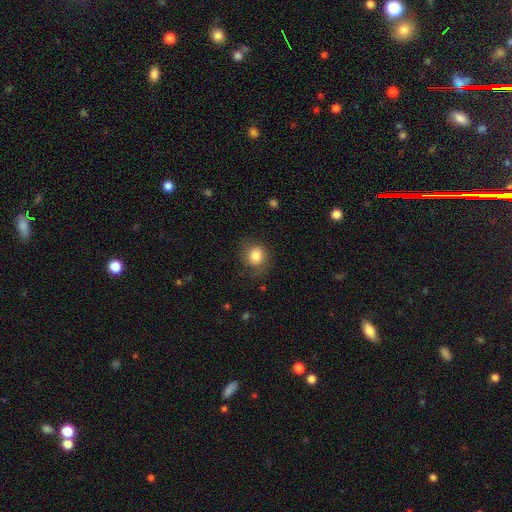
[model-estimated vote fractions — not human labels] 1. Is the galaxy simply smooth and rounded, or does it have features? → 81% smooth, 10% featured or disk, 9% star or artifact.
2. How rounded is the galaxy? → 79% round, 20% in between, 1% cigar-shaped.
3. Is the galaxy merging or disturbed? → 72% none, 19% minor disturbance, 7% major disturbance, 1% merger.